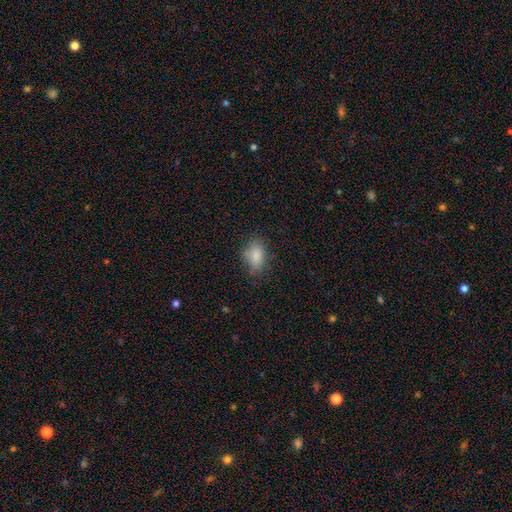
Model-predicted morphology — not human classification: Smooth or featured? Predicted: smooth (p=0.85). How rounded? Predicted: in between (p=0.82). Merging? Predicted: none (p=0.71).